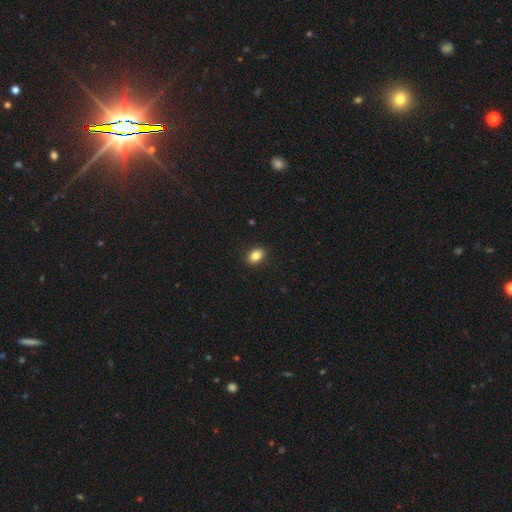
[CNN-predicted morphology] The model was most divided on "how rounded": in between: 74%, round: 25%, cigar-shaped: 1%. More confident: merging — none (90%); smooth or featured — smooth (85%).